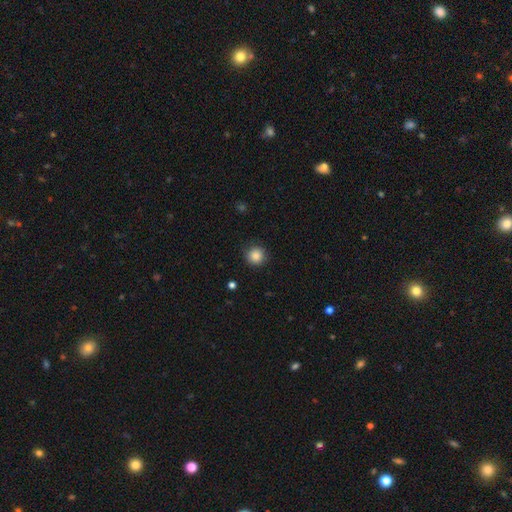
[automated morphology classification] Smooth or featured? smooth (86%)
How rounded? round (94%)
Merging? none (87%)